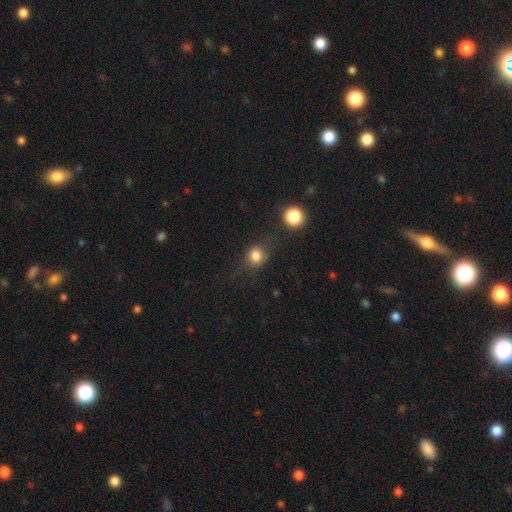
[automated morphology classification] Smooth or featured? smooth (80%)
How rounded? round (76%)
Merging? none (65%)